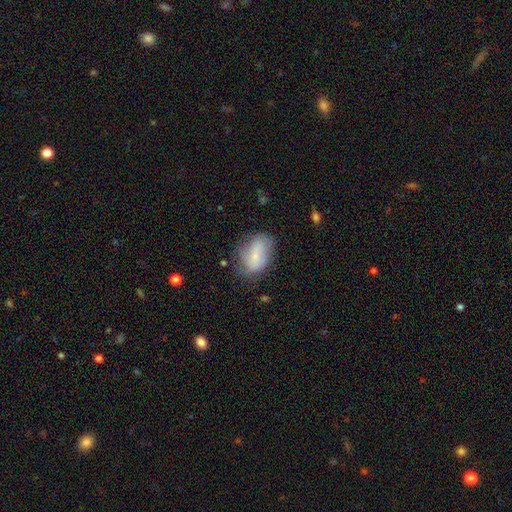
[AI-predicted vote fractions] Q: Smooth or featured?
A: smooth (65%); runner-up: featured or disk (27%)
Q: How rounded?
A: in between (84%); runner-up: round (14%)
Q: Merging?
A: none (57%); runner-up: minor disturbance (29%)